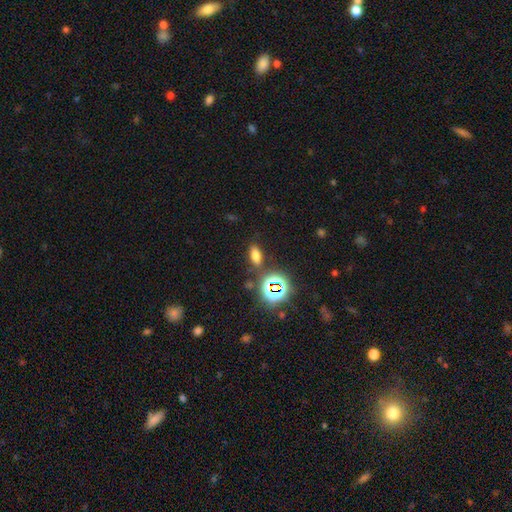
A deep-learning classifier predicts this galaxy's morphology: Q: Smooth or featured?
A: smooth (66%); runner-up: star or artifact (26%)
Q: How rounded?
A: in between (78%); runner-up: cigar-shaped (11%)
Q: Merging?
A: none (81%); runner-up: minor disturbance (10%)